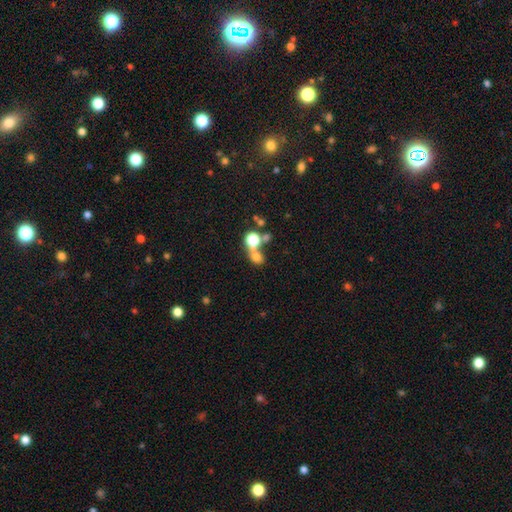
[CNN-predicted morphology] Smooth or featured?
  - smooth: 66% *
  - star or artifact: 18%
  - featured or disk: 16%
How rounded?
  - round: 67% *
  - in between: 31%
  - cigar-shaped: 2%
Merging?
  - merger: 55% *
  - none: 31%
  - major disturbance: 7%
  - minor disturbance: 7%